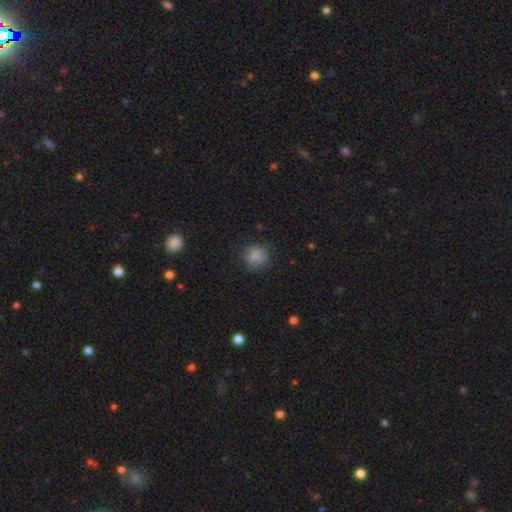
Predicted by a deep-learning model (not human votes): smooth 80%, star or artifact 11%, featured or disk 9%. Down the decision tree: how rounded — round (81%); merging — none (72%).